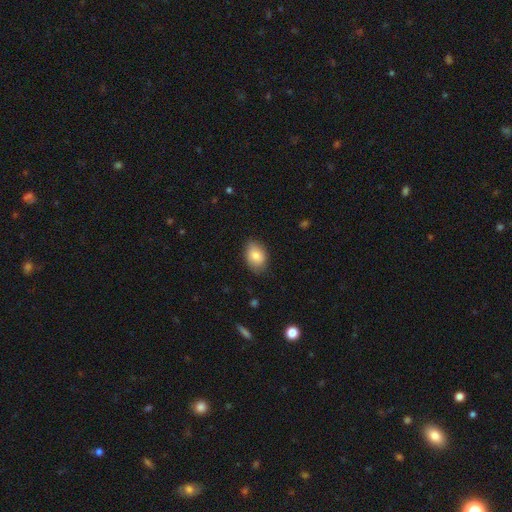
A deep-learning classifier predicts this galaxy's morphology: smooth_or_featured: smooth (p=0.80) [alt: featured or disk p=0.12]
how_rounded: in between (p=0.79) [alt: round p=0.19]
merging: none (p=0.77) [alt: minor disturbance p=0.19]